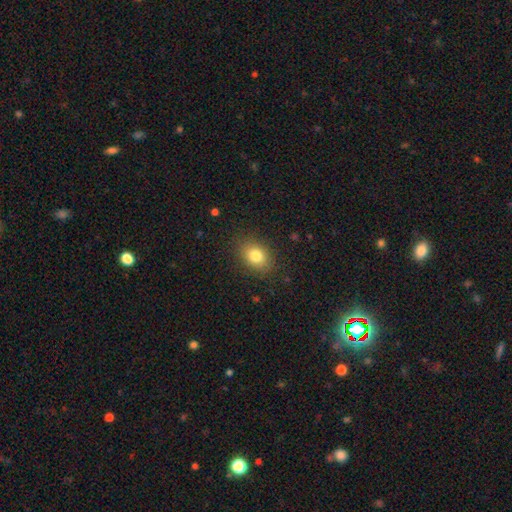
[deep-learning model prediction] Smooth or featured? Predicted: smooth (p=0.81). How rounded? Predicted: in between (p=0.64). Merging? Predicted: none (p=0.86).